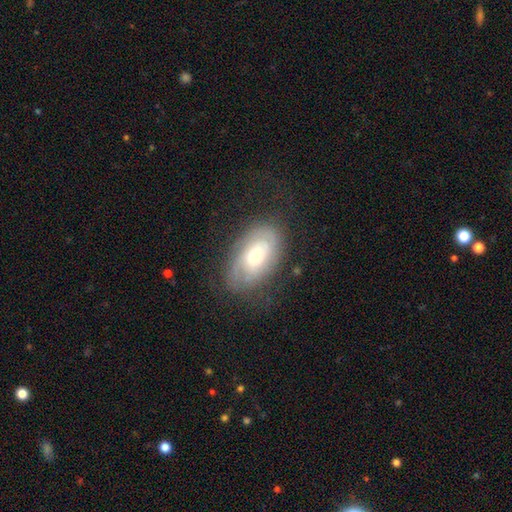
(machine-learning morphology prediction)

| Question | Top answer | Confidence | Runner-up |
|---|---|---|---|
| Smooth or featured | featured or disk | 56% | smooth (36%) |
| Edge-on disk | no | 92% | yes (8%) |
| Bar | no | 76% | weak (19%) |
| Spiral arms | yes | 71% | no (29%) |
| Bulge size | moderate | 52% | small (40%) |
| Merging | none | 70% | minor disturbance (20%) |